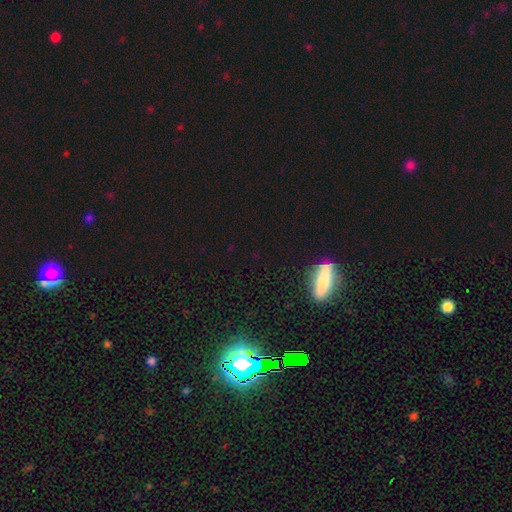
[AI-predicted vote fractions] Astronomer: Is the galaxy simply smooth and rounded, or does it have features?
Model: star or artifact — 55% (runner-up: smooth, 35%).